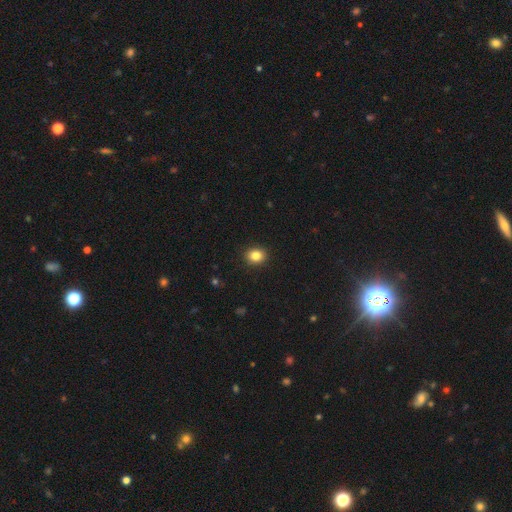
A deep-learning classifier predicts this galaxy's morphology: Smooth or featured: smooth — 84% (star or artifact — 10%)
How rounded: round — 64% (in between — 35%)
Merging: none — 91% (minor disturbance — 7%)